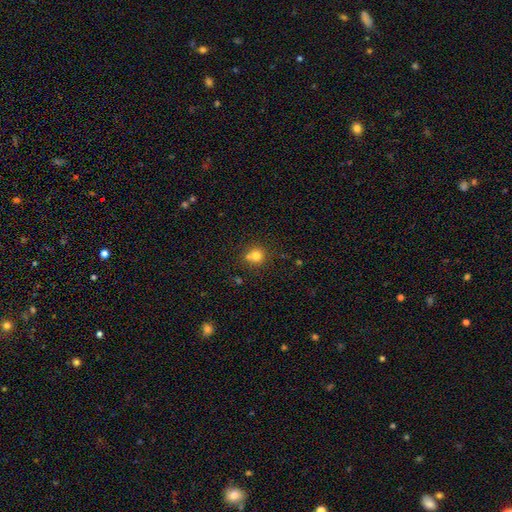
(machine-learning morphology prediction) A smooth galaxy with no disk features (77%) that is round (89%). Merging: none (63%).